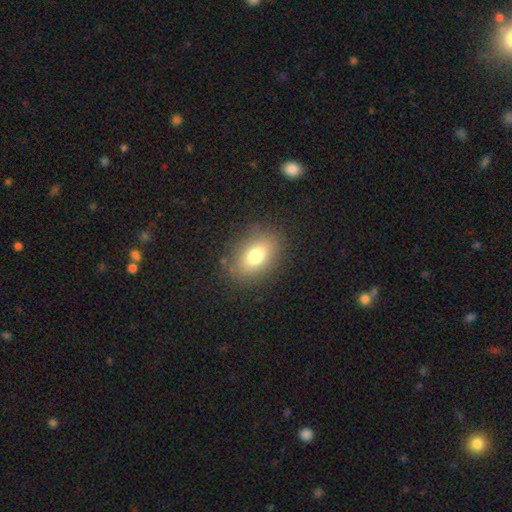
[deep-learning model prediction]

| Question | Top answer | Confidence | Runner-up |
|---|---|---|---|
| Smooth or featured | smooth | 75% | featured or disk (14%) |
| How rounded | in between | 81% | round (17%) |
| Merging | none | 83% | minor disturbance (11%) |